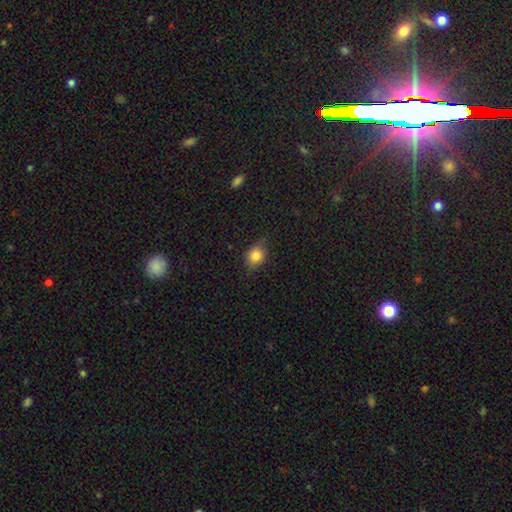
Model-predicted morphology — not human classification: Overall: smooth (82%). How rounded: in between (56%; round 42%). Merging: none (73%).